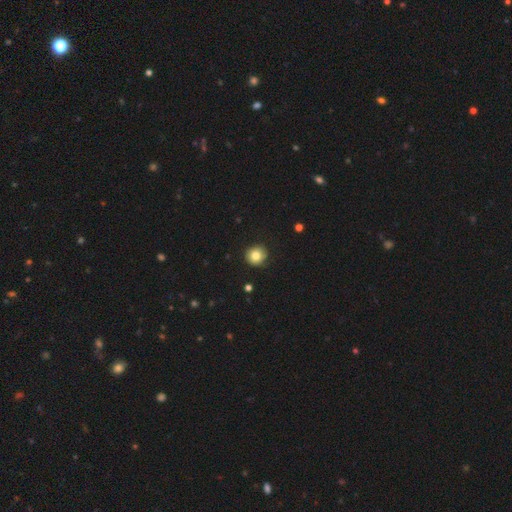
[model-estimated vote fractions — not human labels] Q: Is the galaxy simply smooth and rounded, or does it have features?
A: smooth — 79%.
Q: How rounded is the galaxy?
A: round — 91%.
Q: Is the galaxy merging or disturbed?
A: none — 80%.